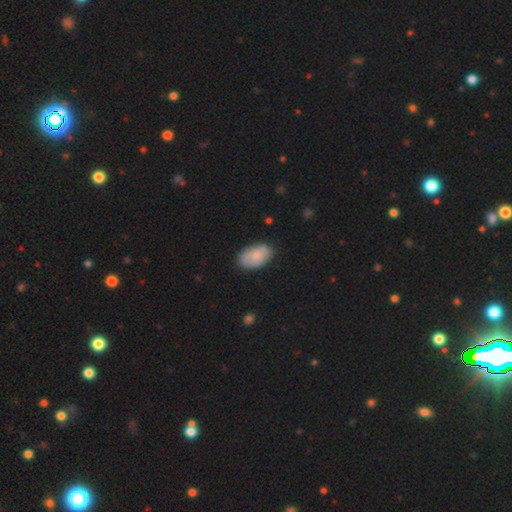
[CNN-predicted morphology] Q: Smooth or featured?
A: smooth (78%); runner-up: featured or disk (15%)
Q: How rounded?
A: in between (93%); runner-up: round (6%)
Q: Merging?
A: none (73%); runner-up: minor disturbance (21%)